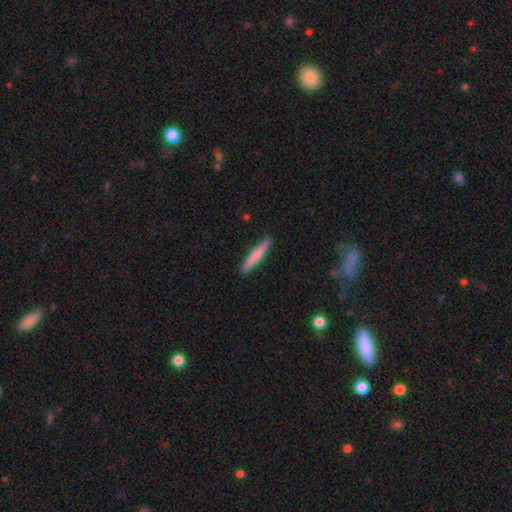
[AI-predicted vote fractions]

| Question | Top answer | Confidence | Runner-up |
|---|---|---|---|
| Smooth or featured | smooth | 71% | featured or disk (23%) |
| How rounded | cigar-shaped | 91% | in between (7%) |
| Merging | none | 87% | minor disturbance (10%) |